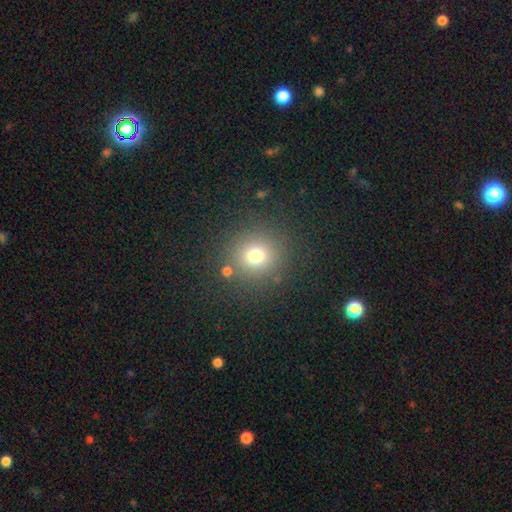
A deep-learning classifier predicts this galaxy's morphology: smooth_or_featured: smooth (p=0.73) [alt: star or artifact p=0.18]
how_rounded: round (p=0.92) [alt: in between p=0.07]
merging: none (p=0.84) [alt: minor disturbance p=0.08]